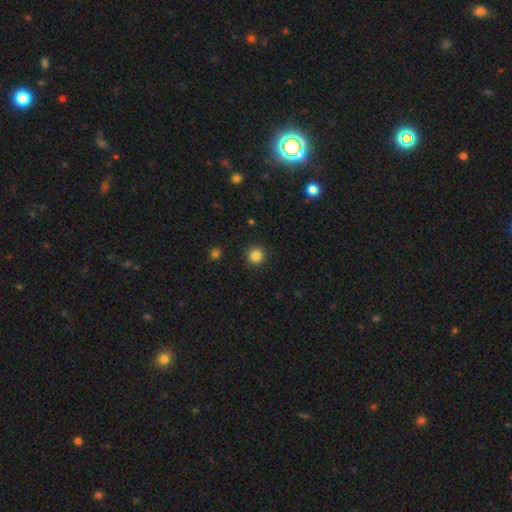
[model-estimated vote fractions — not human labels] This is clearly a smooth galaxy (85%). How rounded: clearly round (95%). Merging: clearly none (92%).